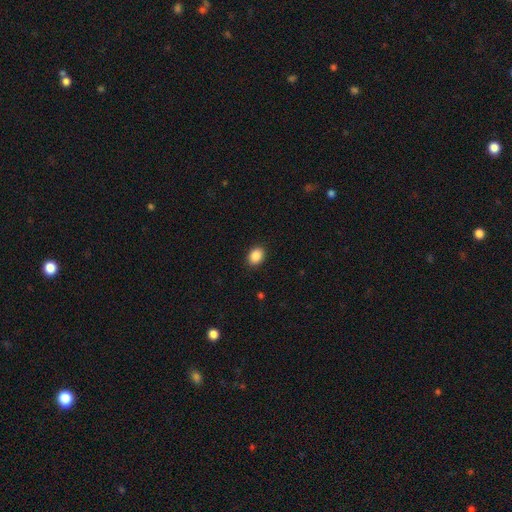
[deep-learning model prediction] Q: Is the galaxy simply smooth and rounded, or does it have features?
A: smooth — 89%.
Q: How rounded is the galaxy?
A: in between — 63%.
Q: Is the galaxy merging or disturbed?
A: none — 89%.